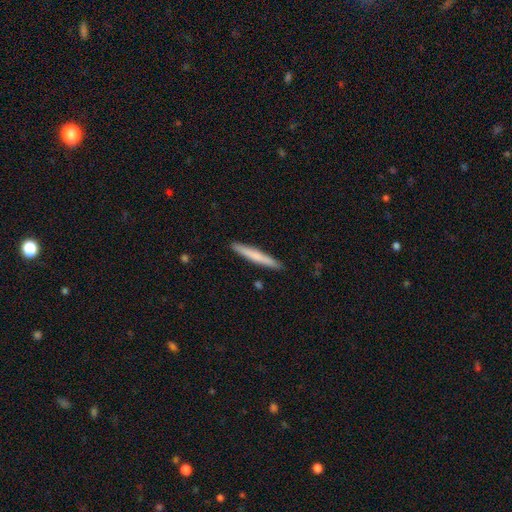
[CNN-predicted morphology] smooth-or-featured: smooth: 67% | featured or disk: 27% | star or artifact: 5%
  how-rounded: cigar-shaped: 96% | in between: 3% | round: 1%
  merging: none: 91% | minor disturbance: 6% | major disturbance: 1% | merger: 1%